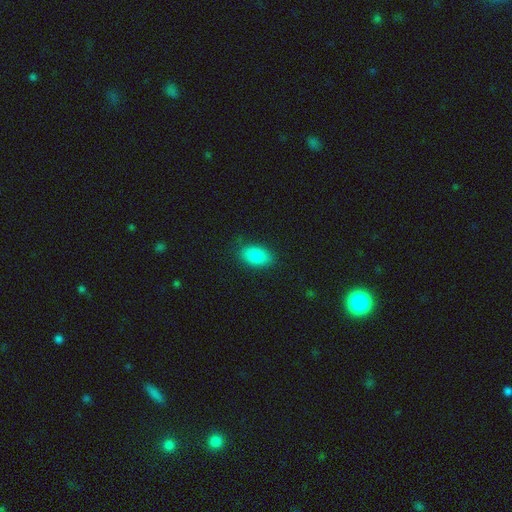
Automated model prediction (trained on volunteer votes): This appears to be a smooth galaxy with no disk features (85%) that is in between round and cigar-shaped (91%). Merging: none (84%).